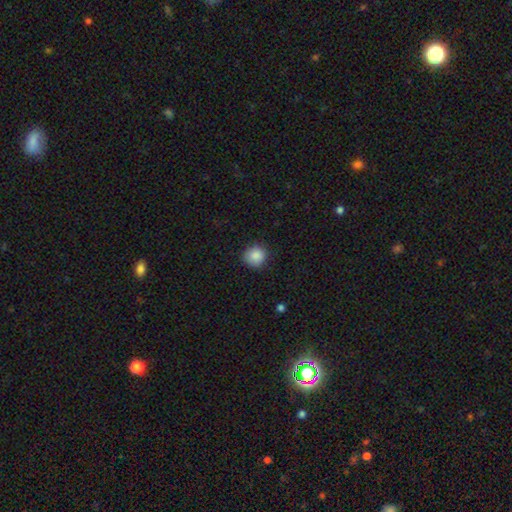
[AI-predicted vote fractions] This is clearly a smooth galaxy (88%). How rounded: clearly round (89%). Merging: clearly none (84%).